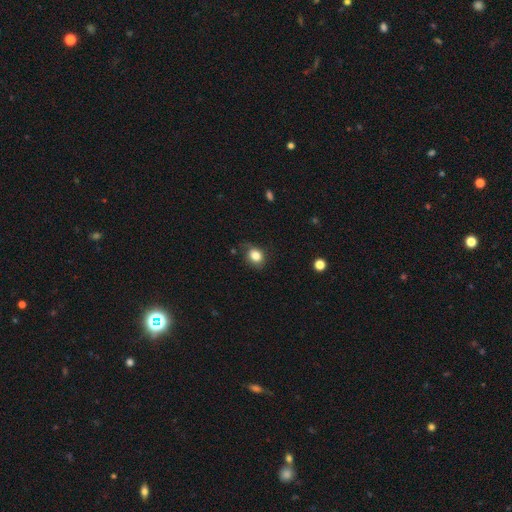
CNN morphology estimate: smooth 82%, star or artifact 10%, featured or disk 8%. Down the decision tree: how rounded — round (55%); merging — none (65%).